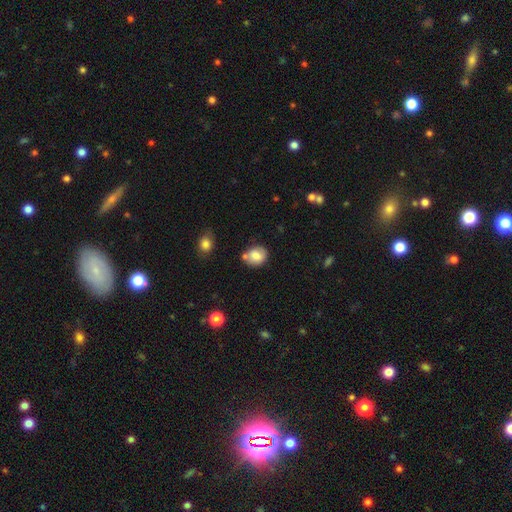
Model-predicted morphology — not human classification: Smooth or featured? smooth (78%)
How rounded? round (64%)
Merging? none (64%)